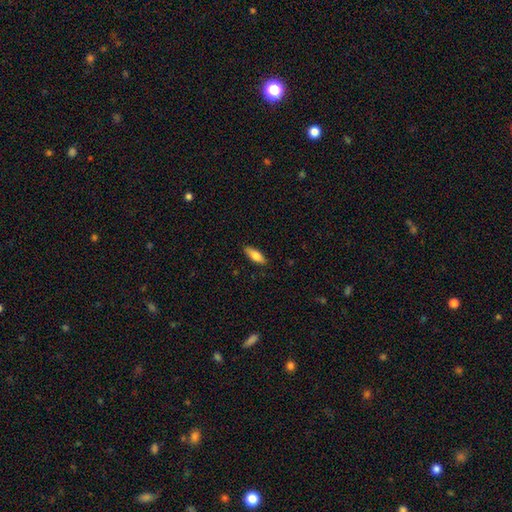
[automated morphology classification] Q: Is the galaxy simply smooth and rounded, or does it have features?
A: smooth — 77%.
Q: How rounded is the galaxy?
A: in between — 66%.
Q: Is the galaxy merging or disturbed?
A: none — 87%.